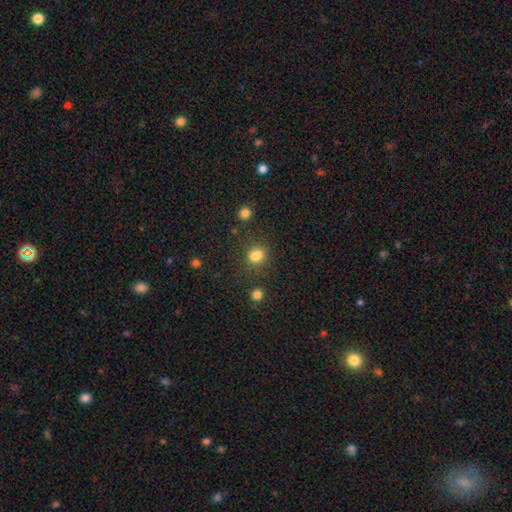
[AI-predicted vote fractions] Q: Smooth or featured?
A: smooth (80%); runner-up: star or artifact (14%)
Q: How rounded?
A: round (58%); runner-up: in between (41%)
Q: Merging?
A: none (68%); runner-up: minor disturbance (15%)